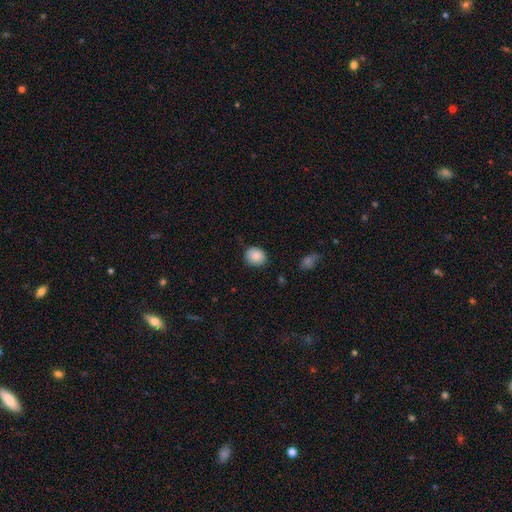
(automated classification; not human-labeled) smooth 86%, star or artifact 8%, featured or disk 5%. Down the decision tree: how rounded — round (73%); merging — none (82%).